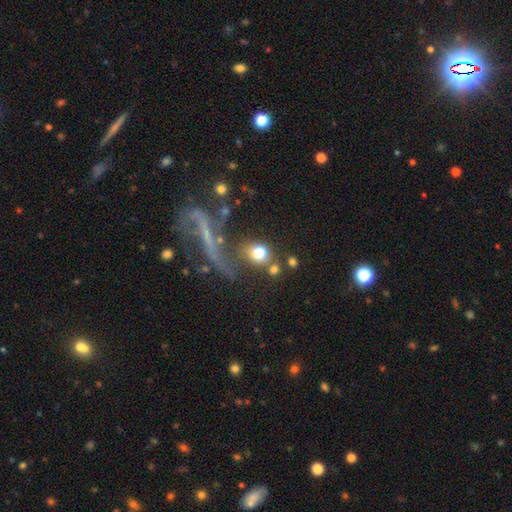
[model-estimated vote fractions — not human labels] A smooth galaxy with no disk features (43%). Merging: none (51%).